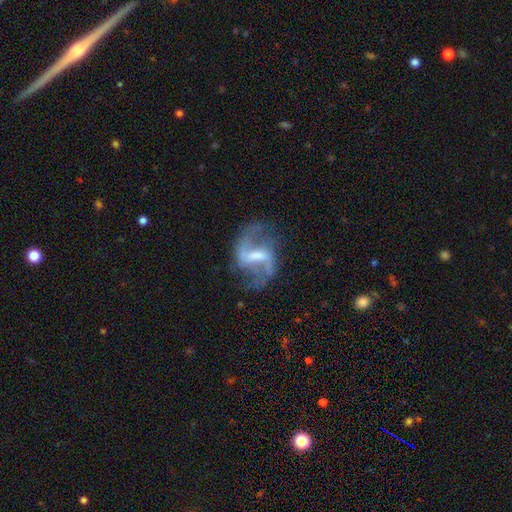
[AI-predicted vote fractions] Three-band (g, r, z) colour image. It shows a featured or disk galaxy (88%) with a strong bar (45%, tied with weak), 2 (91%) loose (58%) spiral arms (95%) and a moderate central bulge (36%, tied with small). Merging: none (71%).